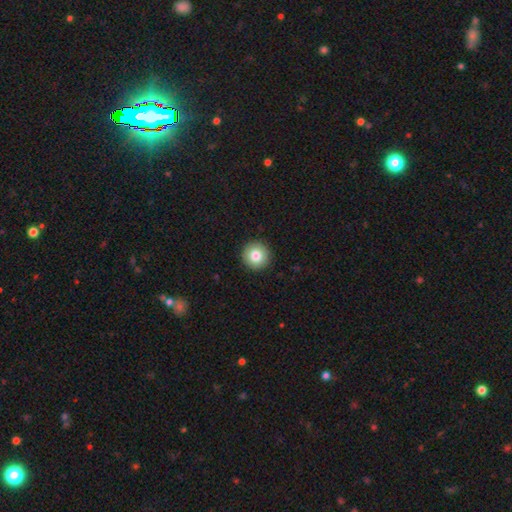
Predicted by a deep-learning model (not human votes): The model was most divided on "smooth or featured": smooth: 81%, featured or disk: 10%, star or artifact: 9%. More confident: how rounded — round (96%); merging — none (93%).